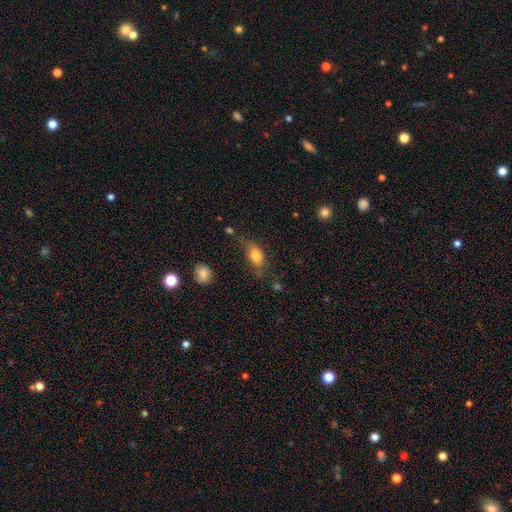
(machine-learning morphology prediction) Smooth or featured: smooth — 73% (featured or disk — 19%)
How rounded: in between — 80% (cigar-shaped — 11%)
Merging: none — 52% (minor disturbance — 30%)